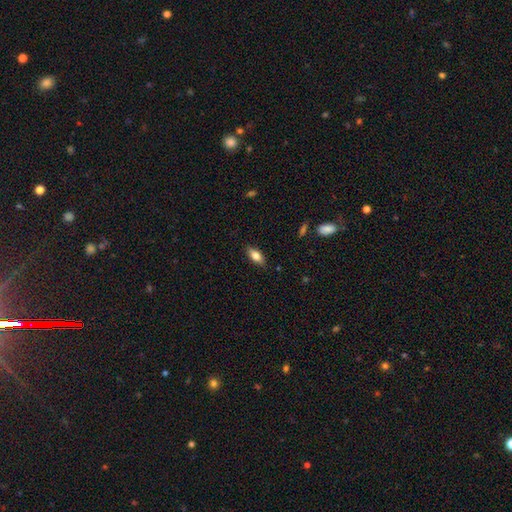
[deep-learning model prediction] Morphology: type=smooth (74%); roundness=in between (80%); merging=none (86%).